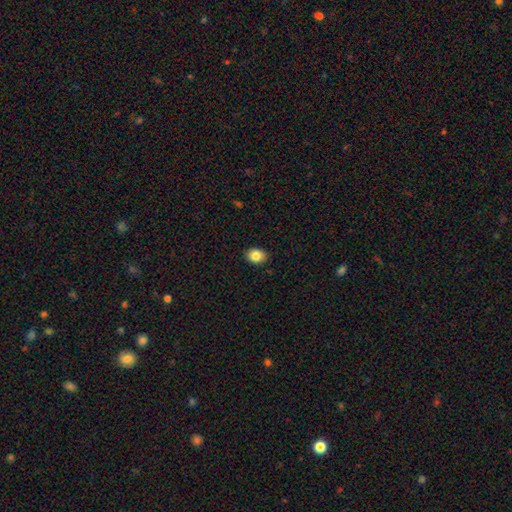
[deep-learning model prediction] A smooth galaxy with no disk features (85%) that is in between round and cigar-shaped (57%). Merging: none (90%).